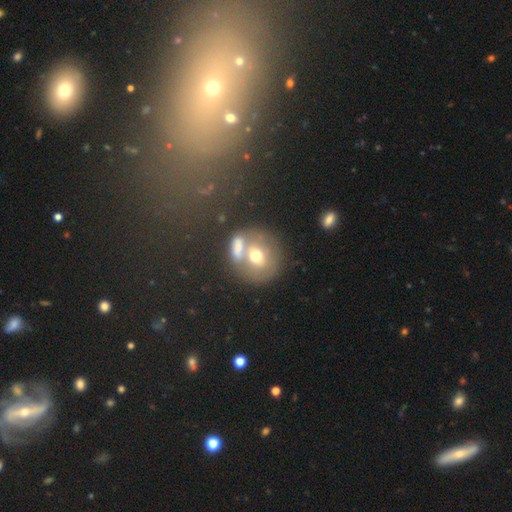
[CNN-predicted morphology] Smooth or featured? smooth (55%)
How rounded? round (74%)
Merging? merger (45%)